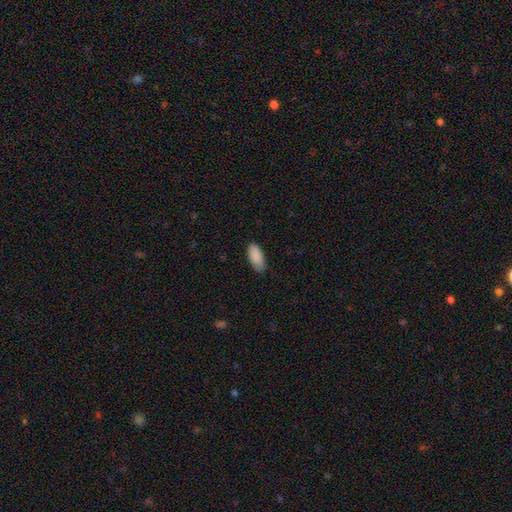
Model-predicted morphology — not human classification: type=smooth (90%); roundness=in between (90%); merging=none (79%).